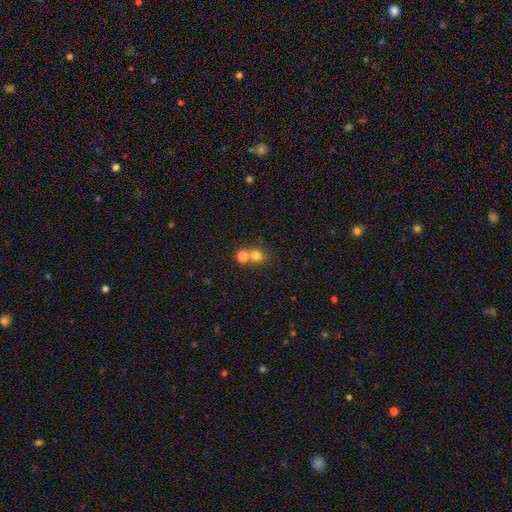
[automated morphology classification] type=smooth (77%); roundness=round (84%); merging=none (48%).